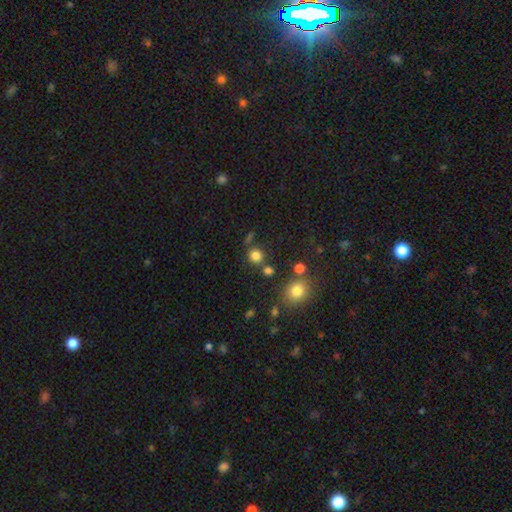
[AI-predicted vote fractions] Smooth or featured?
  - smooth: 80% *
  - star or artifact: 15%
  - featured or disk: 5%
How rounded?
  - round: 89% *
  - in between: 10%
  - cigar-shaped: 1%
Merging?
  - none: 76% *
  - merger: 11%
  - minor disturbance: 9%
  - major disturbance: 4%